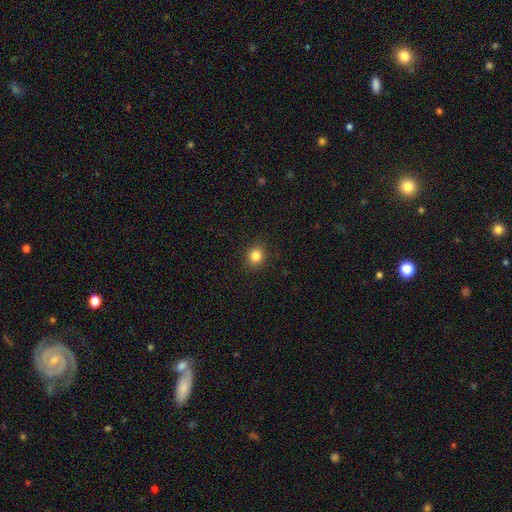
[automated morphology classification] Smooth or featured: smooth — 83% (star or artifact — 12%)
How rounded: round — 83% (in between — 16%)
Merging: none — 91% (minor disturbance — 6%)